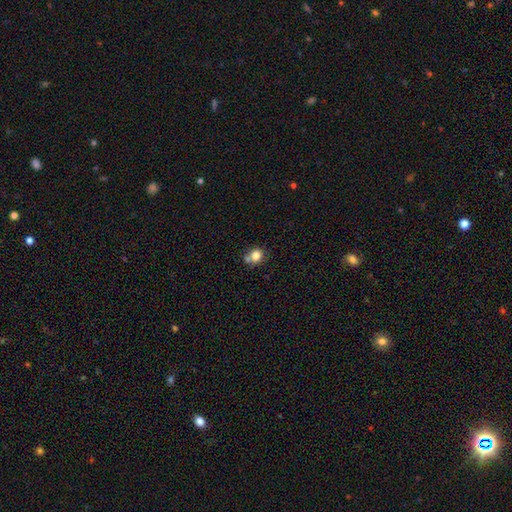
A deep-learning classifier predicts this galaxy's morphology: A smooth galaxy with no disk features (80%) that is round (71%). Merging: none (56%).